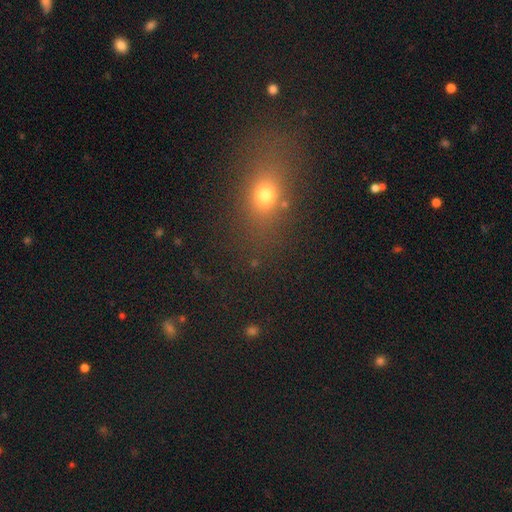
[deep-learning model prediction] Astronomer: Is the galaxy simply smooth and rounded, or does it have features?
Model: smooth — 60%.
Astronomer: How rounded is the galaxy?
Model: in between — 54% (runner-up: round, 37%).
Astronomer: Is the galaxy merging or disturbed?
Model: none — 79%.